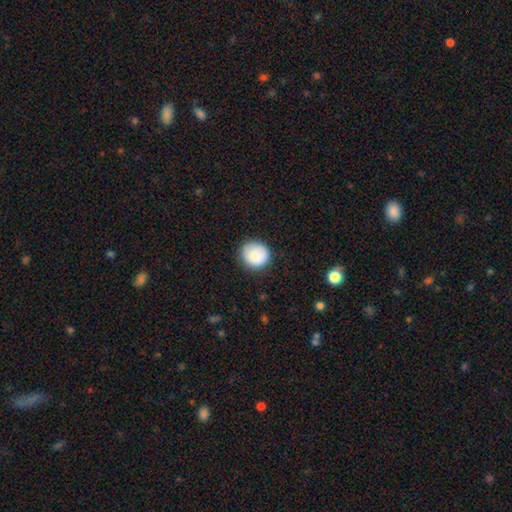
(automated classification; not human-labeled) smooth-or-featured: smooth: 85% | featured or disk: 8% | star or artifact: 8%
  how-rounded: round: 85% | in between: 14% | cigar-shaped: 1%
  merging: none: 80% | minor disturbance: 15% | major disturbance: 3% | merger: 1%